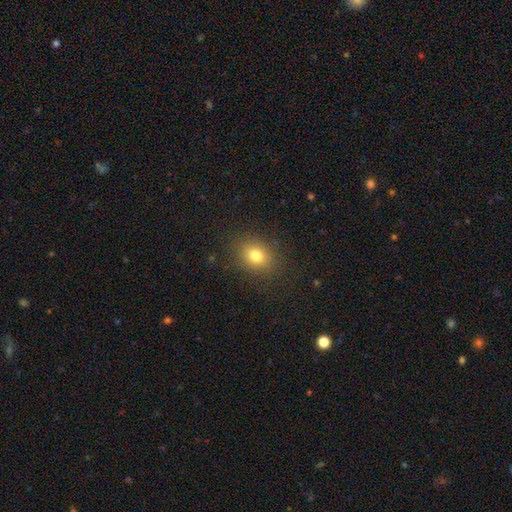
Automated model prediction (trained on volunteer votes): Overall: smooth (78%). How rounded: round (50%; in between 49%). Merging: none (86%).